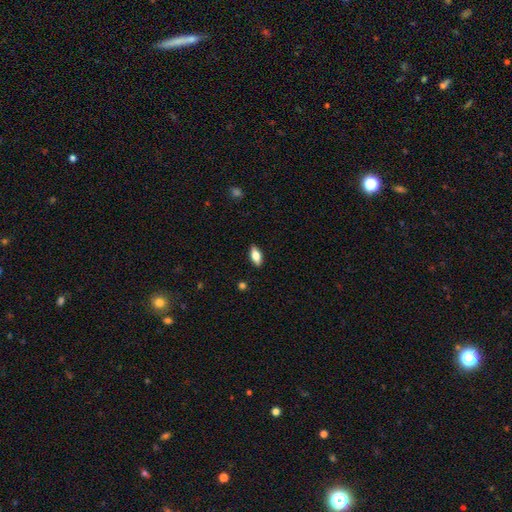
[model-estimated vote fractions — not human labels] Morphology: type=smooth (76%); roundness=in between (86%); merging=none (88%).